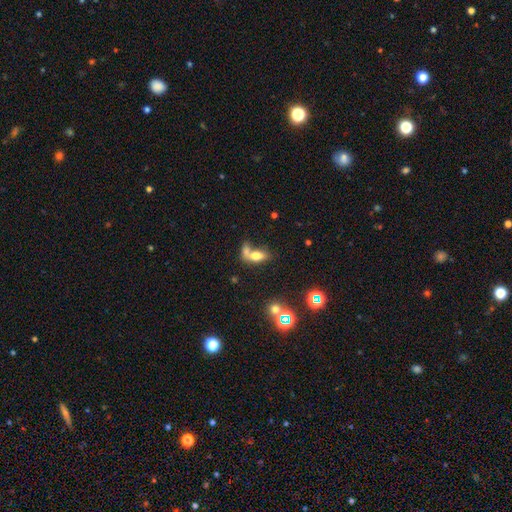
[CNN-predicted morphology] The model was most divided on "merging": merger: 53%, none: 28%, minor disturbance: 10%, major disturbance: 9%. More confident: how rounded — in between (80%); smooth or featured — smooth (68%).